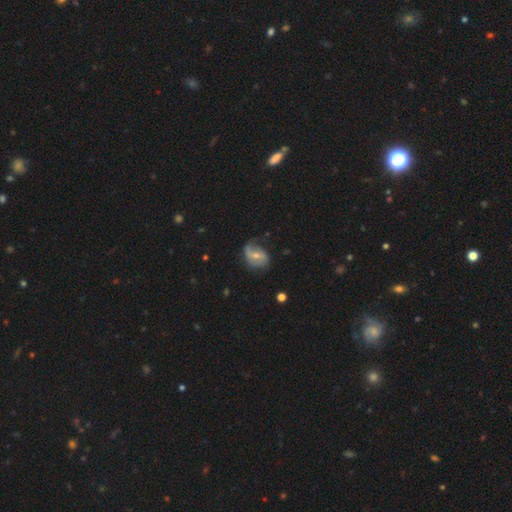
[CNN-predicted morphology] Overall: featured or disk (67%). Edge-on disk: no (96%). Bar: weak (48%; no 27%). Spiral arms: yes (84%). Spiral arm count: 2 (59%; 1 27%). Spiral winding: loose (48%; medium 35%). Bulge size: moderate (47%, tied with small). Merging: none (53%; minor disturbance 29%).